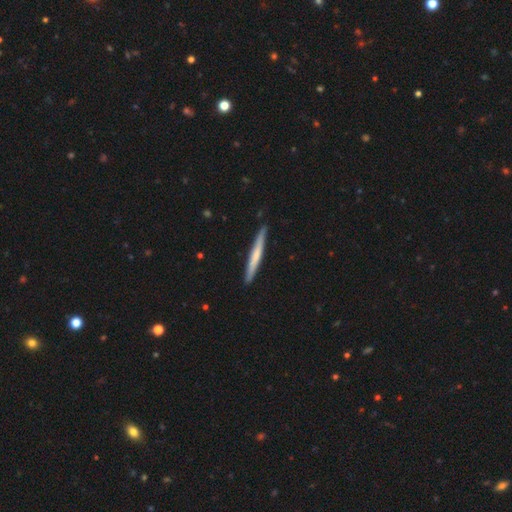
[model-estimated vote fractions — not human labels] Smooth or featured? smooth (52%)
How rounded? cigar-shaped (97%)
Merging? none (89%)